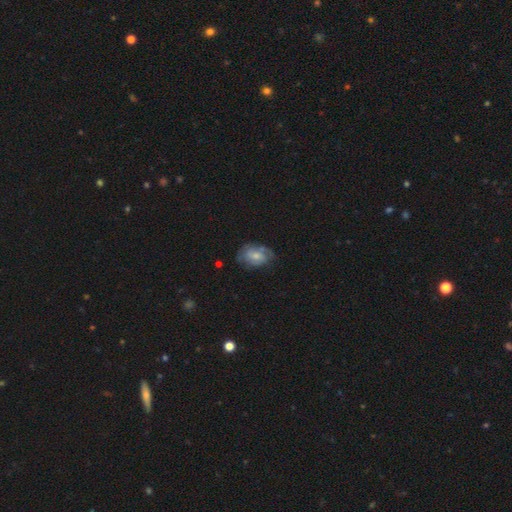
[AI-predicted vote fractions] Q: Smooth or featured?
A: smooth (57%); runner-up: featured or disk (36%)
Q: How rounded?
A: in between (82%); runner-up: round (17%)
Q: Merging?
A: none (57%); runner-up: minor disturbance (30%)